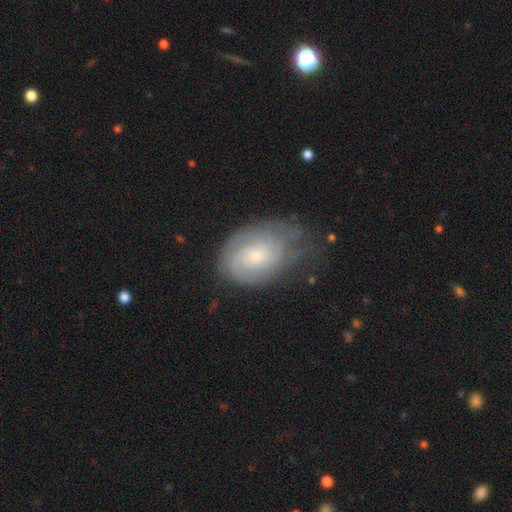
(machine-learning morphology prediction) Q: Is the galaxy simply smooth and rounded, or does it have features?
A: featured or disk — 69%.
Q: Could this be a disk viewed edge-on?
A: no — 96%.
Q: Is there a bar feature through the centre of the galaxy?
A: no — 69%.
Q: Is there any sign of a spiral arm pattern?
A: yes — 89%.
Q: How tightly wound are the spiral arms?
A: tight — 62%.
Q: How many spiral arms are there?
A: can't tell — 44%.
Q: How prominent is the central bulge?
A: small — 61%.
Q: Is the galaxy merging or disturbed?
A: none — 49%.